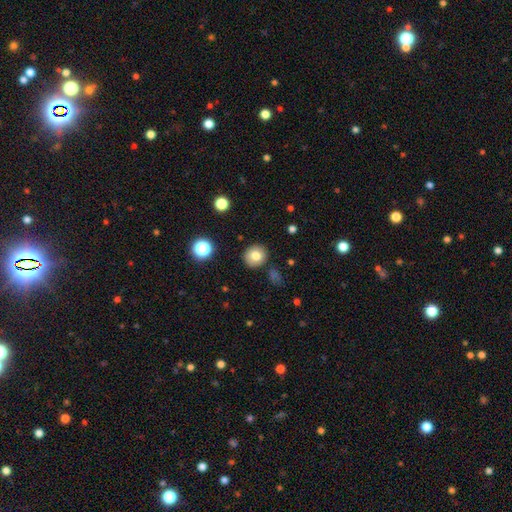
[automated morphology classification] Smooth or featured: smooth — 78% (star or artifact — 11%)
How rounded: round — 88% (in between — 11%)
Merging: none — 88% (minor disturbance — 7%)